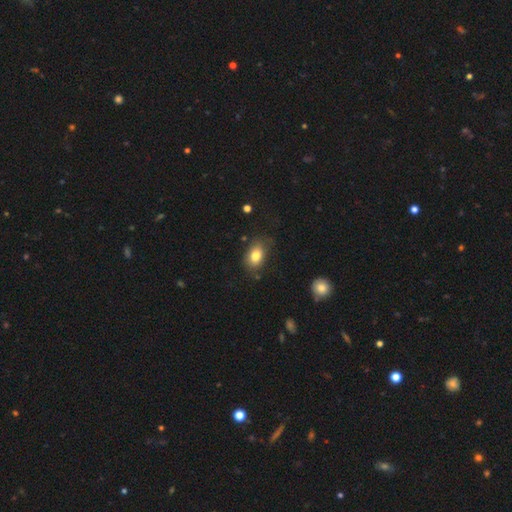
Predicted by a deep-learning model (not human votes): smooth-or-featured: smooth: 81% | featured or disk: 10% | star or artifact: 9%
  how-rounded: in between: 80% | round: 19% | cigar-shaped: 1%
  merging: none: 74% | minor disturbance: 18% | major disturbance: 5% | merger: 2%